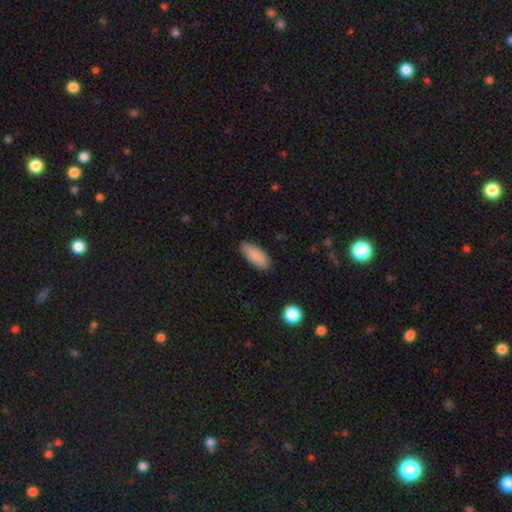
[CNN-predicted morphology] Smooth or featured: smooth — 88% (star or artifact — 6%)
How rounded: in between — 82% (cigar-shaped — 16%)
Merging: none — 84% (minor disturbance — 13%)